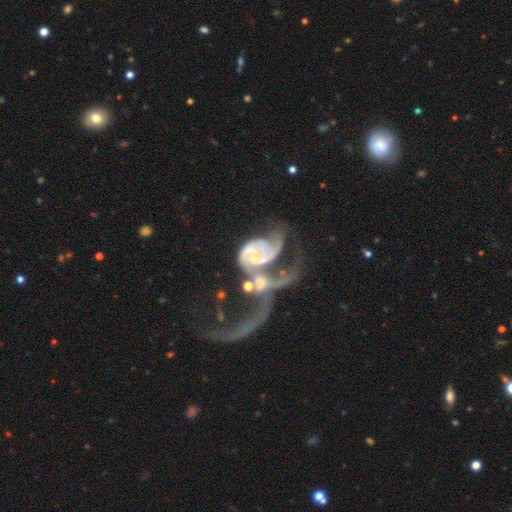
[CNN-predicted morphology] Smooth or featured? Predicted: featured or disk (p=0.85). Edge-on disk? Predicted: no (p=0.97). Bar? Predicted: no (p=0.53). Spiral arms? Predicted: yes (p=0.91). Spiral winding? Predicted: medium (p=0.37, tied with loose). Spiral arm count? Predicted: 2 (p=0.49). Bulge size? Predicted: small (p=0.43). Merging? Predicted: merger (p=0.62).